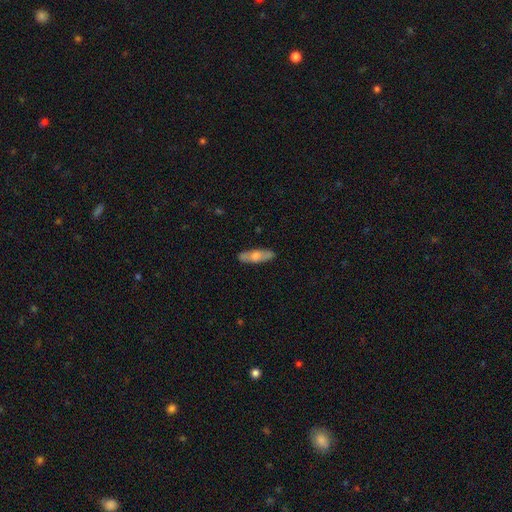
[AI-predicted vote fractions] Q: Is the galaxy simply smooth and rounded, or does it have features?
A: smooth — 56%.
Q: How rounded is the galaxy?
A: in between — 56%.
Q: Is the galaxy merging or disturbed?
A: none — 85%.